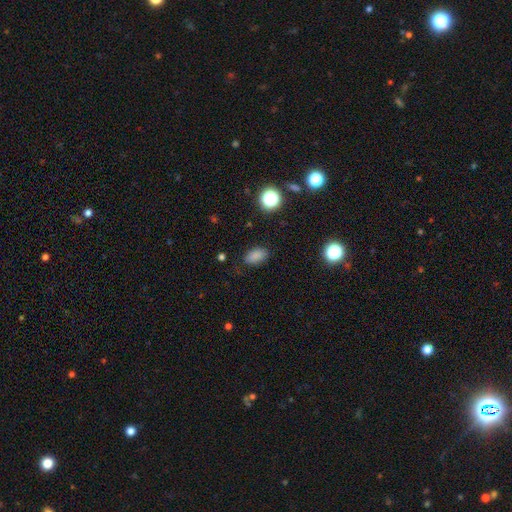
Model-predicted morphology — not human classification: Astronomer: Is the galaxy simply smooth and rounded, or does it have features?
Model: smooth — 82%.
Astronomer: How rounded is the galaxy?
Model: in between — 89%.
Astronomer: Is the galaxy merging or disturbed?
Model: none — 80%.